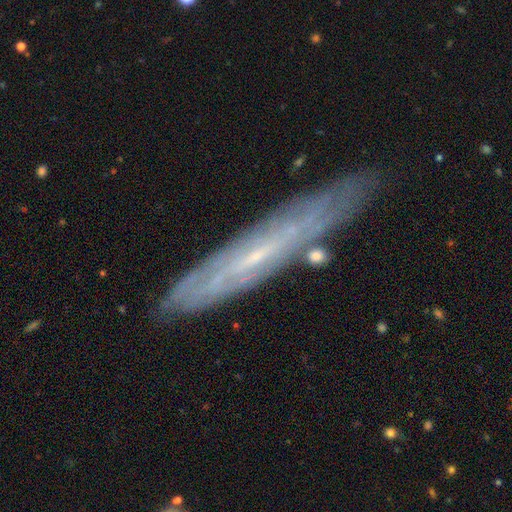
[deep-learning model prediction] This is likely a featured or disk galaxy (71%). It is possibly viewed edge-on (55%). Merging: clearly none (82%).